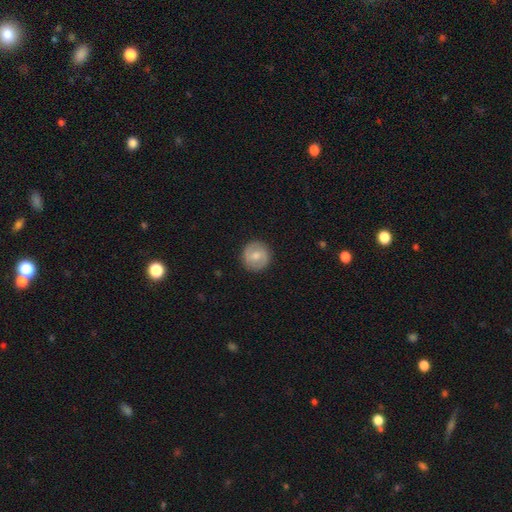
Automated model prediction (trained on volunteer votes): smooth 53%, featured or disk 41%, star or artifact 7%. Down the decision tree: how rounded — round (92%); merging — none (89%).